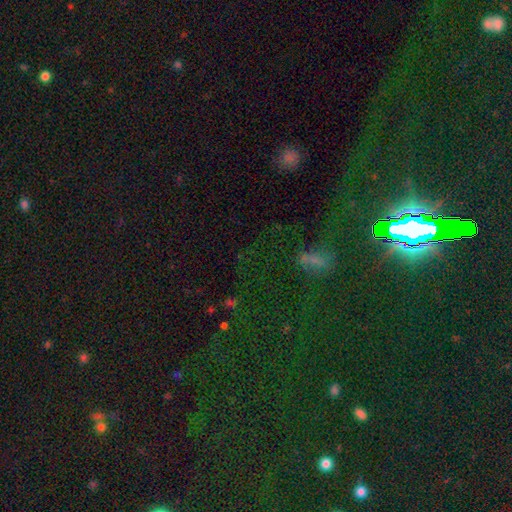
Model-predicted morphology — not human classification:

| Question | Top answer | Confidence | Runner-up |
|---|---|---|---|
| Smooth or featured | star or artifact | 68% | smooth (21%) |